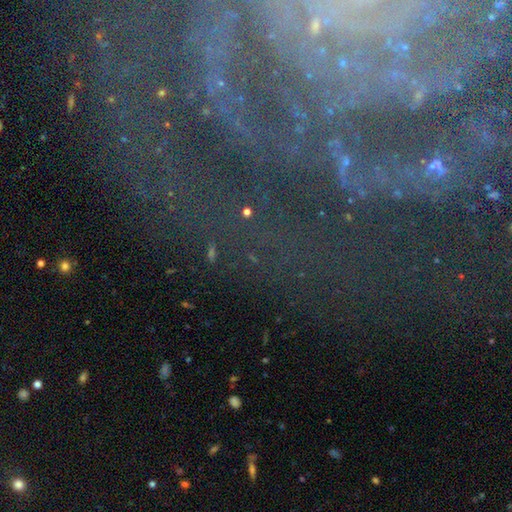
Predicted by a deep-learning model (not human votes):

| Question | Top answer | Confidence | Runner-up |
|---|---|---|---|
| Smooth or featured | featured or disk | 63% | star or artifact (24%) |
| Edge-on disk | no | 90% | yes (10%) |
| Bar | no | 40% | strong (30%) |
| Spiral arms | yes | 83% | no (17%) |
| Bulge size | small | 60% | moderate (23%) |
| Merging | none | 68% | minor disturbance (15%) |